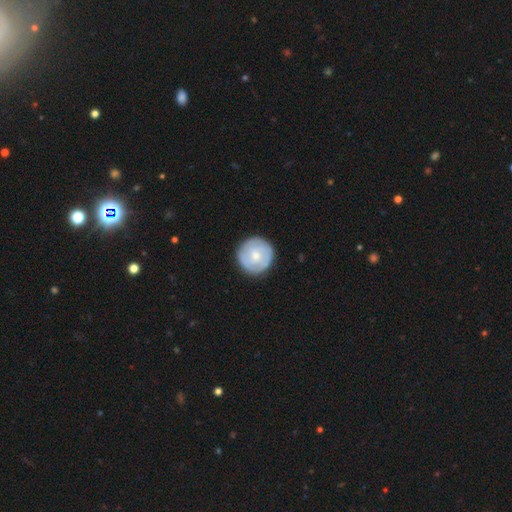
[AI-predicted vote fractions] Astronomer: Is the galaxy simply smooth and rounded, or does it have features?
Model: smooth — 48% (runner-up: featured or disk, 46%).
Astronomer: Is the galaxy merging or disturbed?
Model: none — 88%.